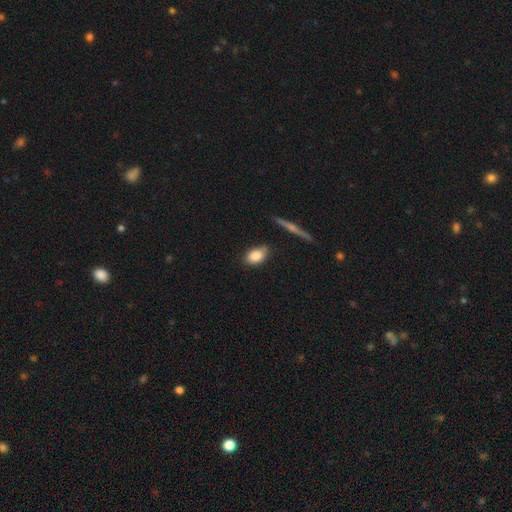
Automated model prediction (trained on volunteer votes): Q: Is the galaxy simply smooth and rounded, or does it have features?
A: smooth — 83%.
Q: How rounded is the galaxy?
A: in between — 82%.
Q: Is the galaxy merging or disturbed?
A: none — 69%.